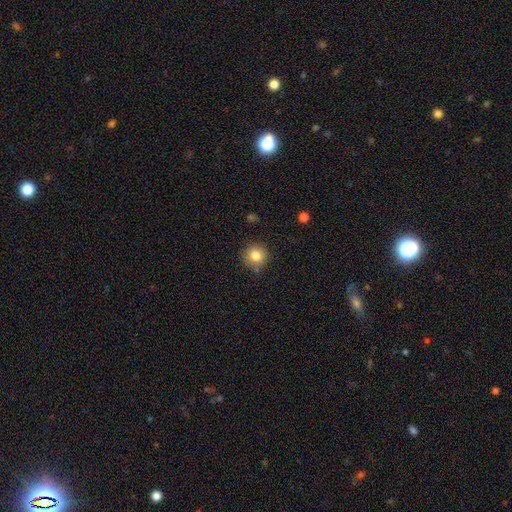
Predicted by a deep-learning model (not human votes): This is clearly a smooth galaxy (82%). How rounded: clearly round (94%). Merging: clearly none (86%).